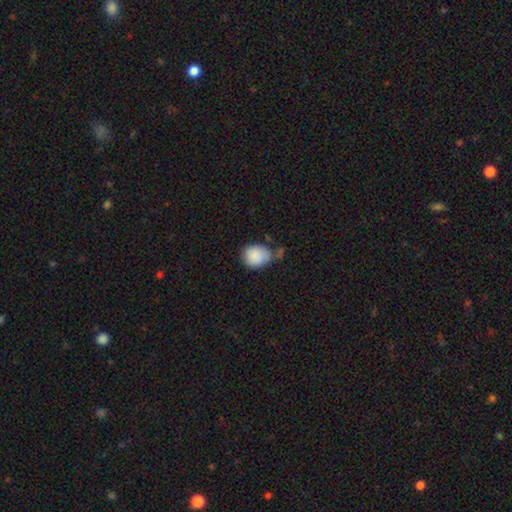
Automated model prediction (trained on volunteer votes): A smooth galaxy with no disk features (87%) that is round (61%). Merging: none (46%).